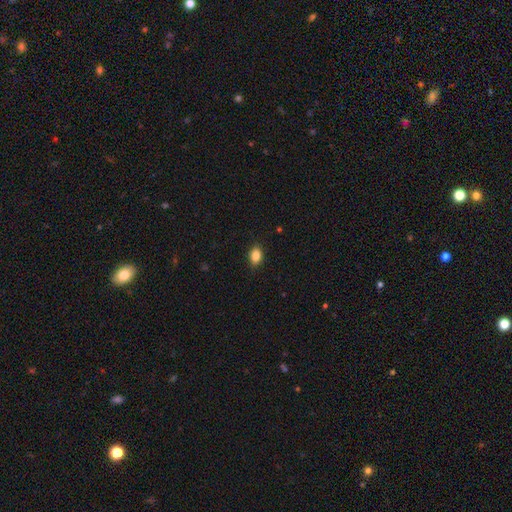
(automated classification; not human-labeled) This appears to be a smooth galaxy with no disk features (87%) that is in between round and cigar-shaped (83%). Merging: none (87%).